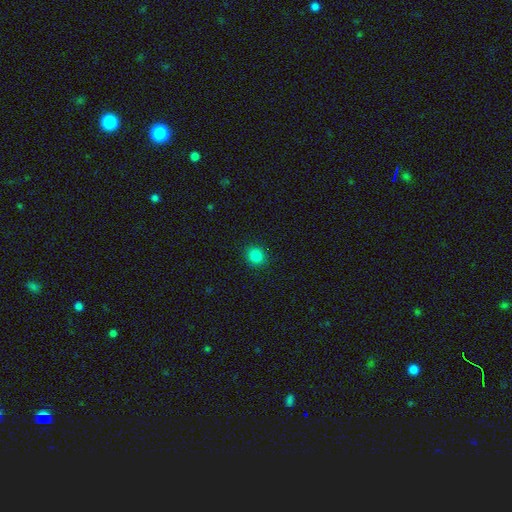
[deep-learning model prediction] Q: Smooth or featured?
A: smooth (84%); runner-up: star or artifact (12%)
Q: How rounded?
A: round (87%); runner-up: in between (12%)
Q: Merging?
A: none (92%); runner-up: minor disturbance (5%)